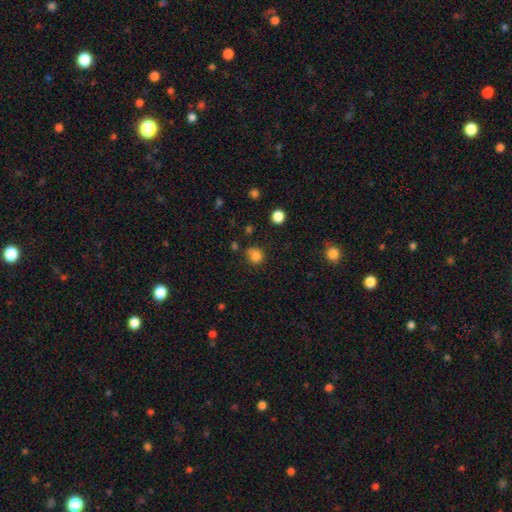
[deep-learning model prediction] Smooth or featured? smooth (82%)
How rounded? round (74%)
Merging? none (62%)